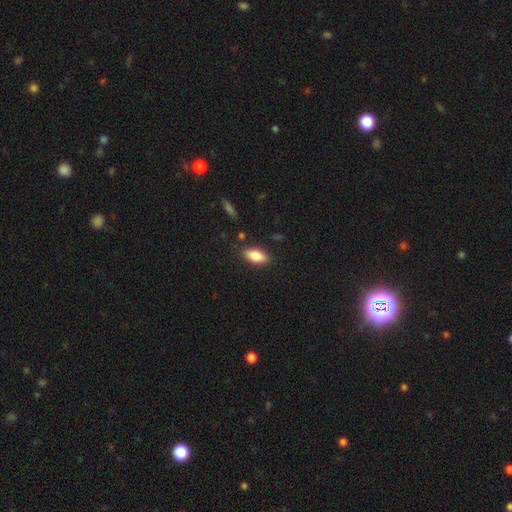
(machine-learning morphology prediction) Q: Smooth or featured?
A: smooth (80%); runner-up: featured or disk (13%)
Q: How rounded?
A: in between (88%); runner-up: cigar-shaped (8%)
Q: Merging?
A: none (84%); runner-up: minor disturbance (11%)